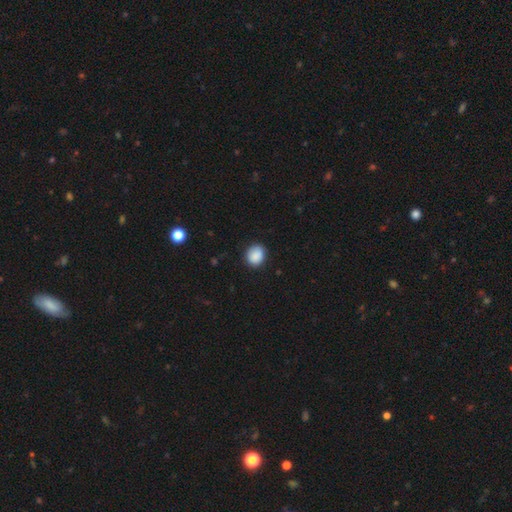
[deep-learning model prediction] This appears to be a smooth galaxy with no disk features (89%) that is round (64%). Merging: none (85%).